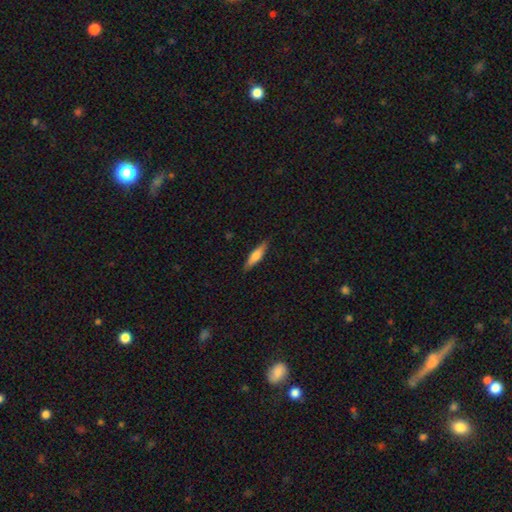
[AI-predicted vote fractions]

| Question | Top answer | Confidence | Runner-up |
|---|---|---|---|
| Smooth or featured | smooth | 65% | featured or disk (29%) |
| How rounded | cigar-shaped | 76% | in between (22%) |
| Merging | none | 88% | minor disturbance (10%) |